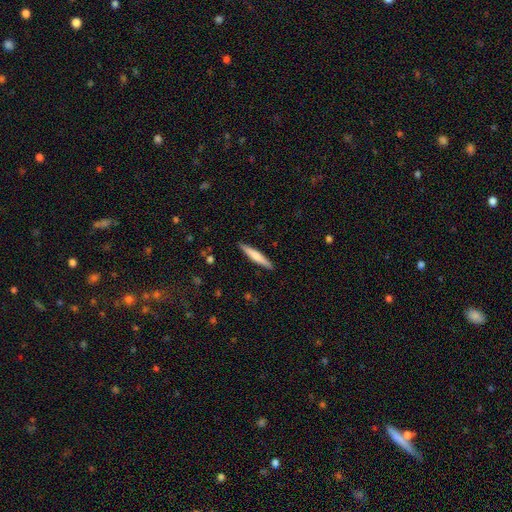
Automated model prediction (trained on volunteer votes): Smooth or featured?
  - smooth: 60% *
  - featured or disk: 35%
  - star or artifact: 5%
How rounded?
  - cigar-shaped: 93% *
  - in between: 6%
  - round: 1%
Merging?
  - none: 90% *
  - minor disturbance: 7%
  - major disturbance: 1%
  - merger: 1%